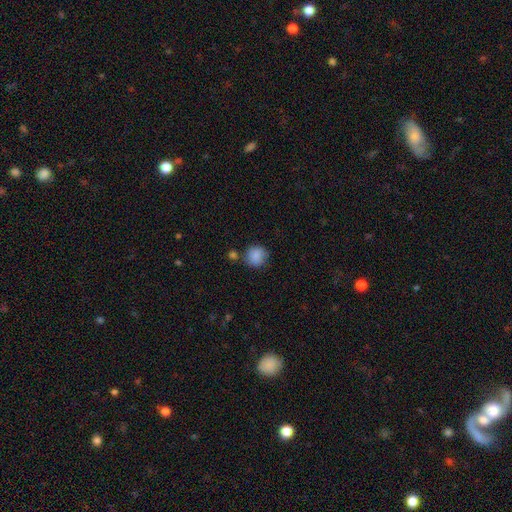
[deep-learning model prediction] The model was most divided on "merging": none: 69%, minor disturbance: 16%, merger: 10%, major disturbance: 5%. More confident: how rounded — round (87%); smooth or featured — smooth (86%).